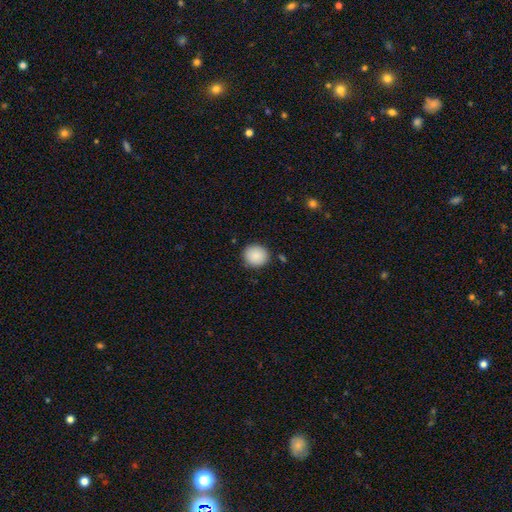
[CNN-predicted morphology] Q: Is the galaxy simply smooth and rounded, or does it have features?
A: smooth — 89%.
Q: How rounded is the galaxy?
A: round — 86%.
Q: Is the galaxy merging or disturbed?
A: none — 89%.